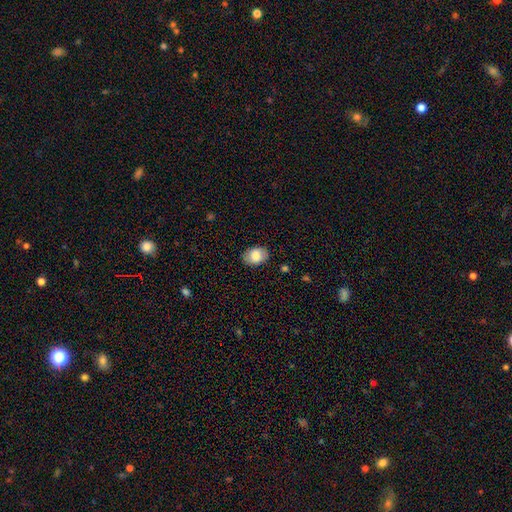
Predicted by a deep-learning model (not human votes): This is clearly a smooth galaxy (82%). How rounded: clearly in between (80%). Merging: clearly none (85%).